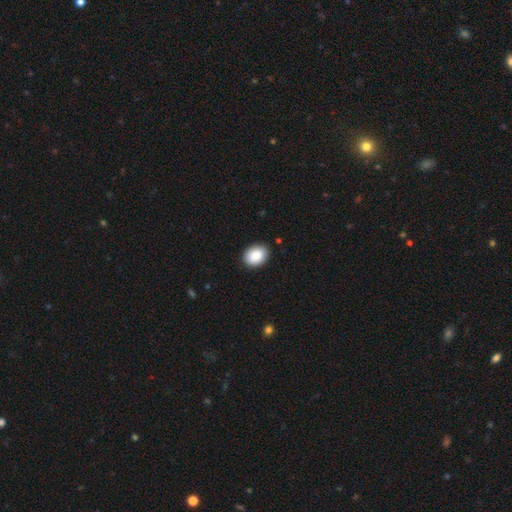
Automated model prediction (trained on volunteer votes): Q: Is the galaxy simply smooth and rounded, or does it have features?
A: smooth — 88%.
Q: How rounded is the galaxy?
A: in between — 70%.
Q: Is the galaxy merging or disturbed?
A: none — 88%.